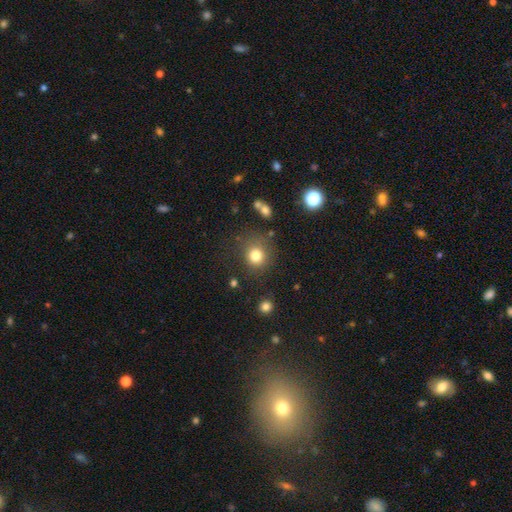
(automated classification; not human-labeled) A smooth galaxy with no disk features (81%) that is round (88%).

Vote fractions:
- Smooth or featured? smooth: 81% / star or artifact: 12% / featured or disk: 7%
- How rounded? round: 88% / in between: 12% / cigar-shaped: 1%
- Merging? none: 77% / minor disturbance: 13% / major disturbance: 6% / merger: 4%